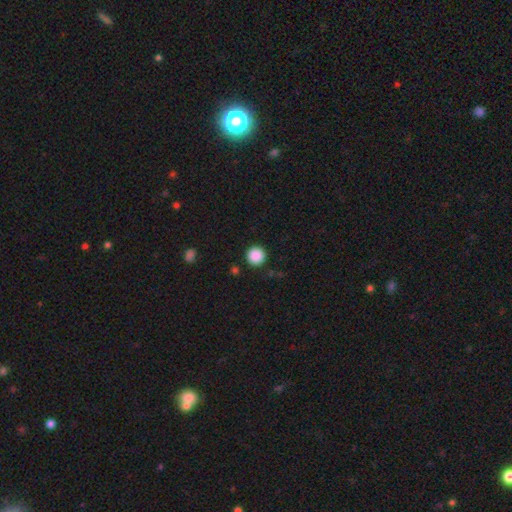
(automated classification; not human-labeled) Smooth or featured: smooth — 88% (star or artifact — 9%)
How rounded: round — 96% (in between — 3%)
Merging: none — 92% (minor disturbance — 5%)